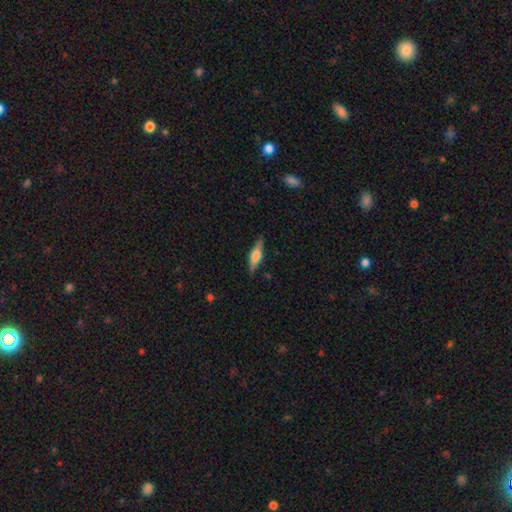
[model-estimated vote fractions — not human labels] The model was most divided on "smooth or featured": featured or disk: 57%, smooth: 36%, star or artifact: 7%. More confident: edge-on disk — yes (96%); merging — none (85%); edge-on bulge — rounded (77%).